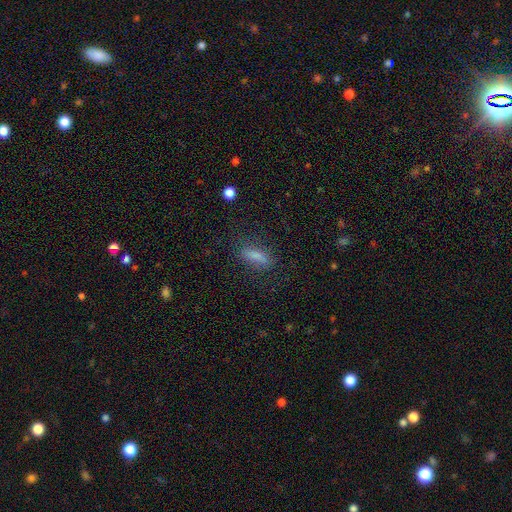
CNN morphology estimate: Smooth or featured? smooth (69%)
How rounded? cigar-shaped (60%)
Merging? none (78%)